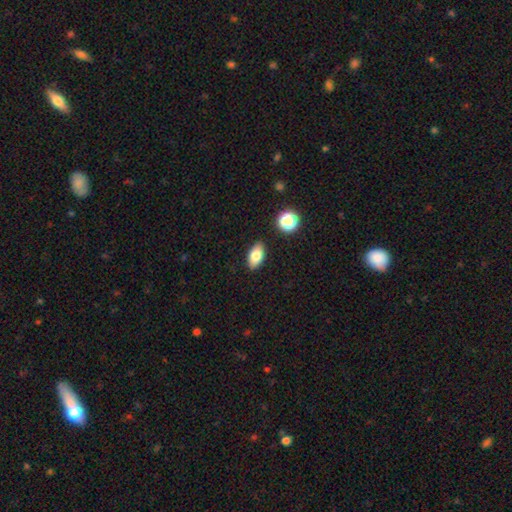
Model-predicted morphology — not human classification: A smooth galaxy with no disk features (80%) that is in between round and cigar-shaped (90%). Merging: none (87%).